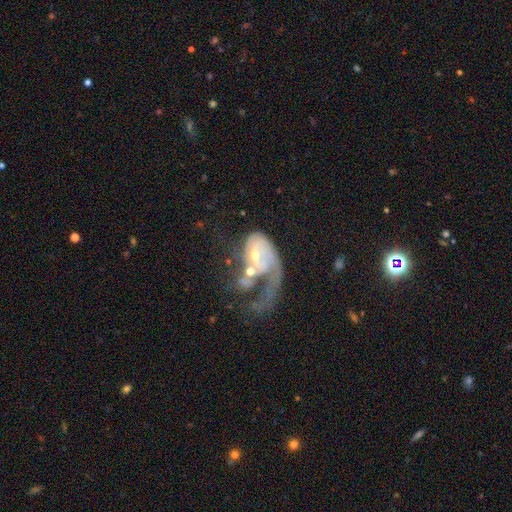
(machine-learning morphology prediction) This appears to be a featured or disk galaxy (72%) with no bar (70%), spiral arms (70%) and a moderate central bulge (46%). Merging: merger (41%).